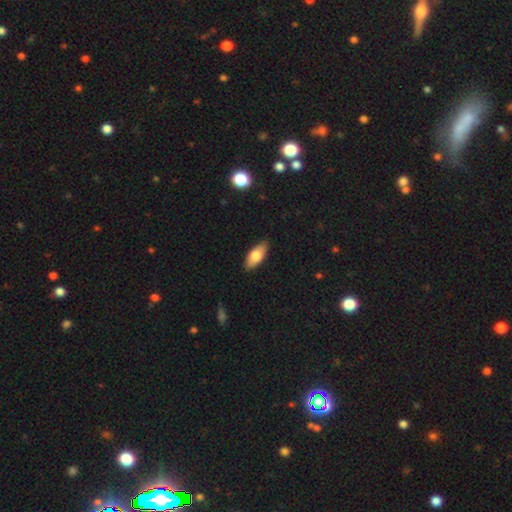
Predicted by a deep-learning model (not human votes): This appears to be a smooth galaxy with no disk features (72%) that is in between round and cigar-shaped (83%). Merging: none (87%).